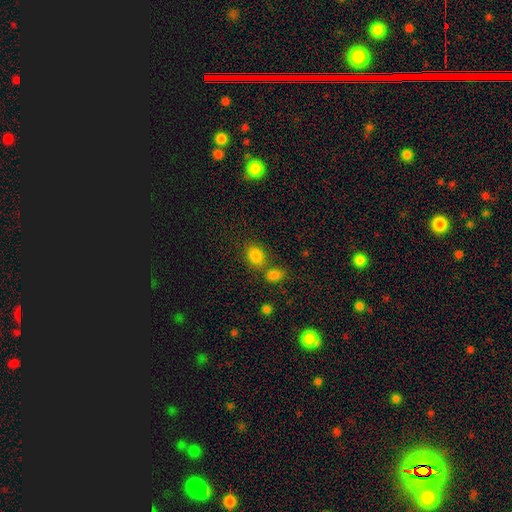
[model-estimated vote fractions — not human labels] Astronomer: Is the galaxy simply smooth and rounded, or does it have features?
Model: smooth — 82%.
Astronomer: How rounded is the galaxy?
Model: in between — 54% (runner-up: round, 45%).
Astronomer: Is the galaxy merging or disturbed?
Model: none — 62%.